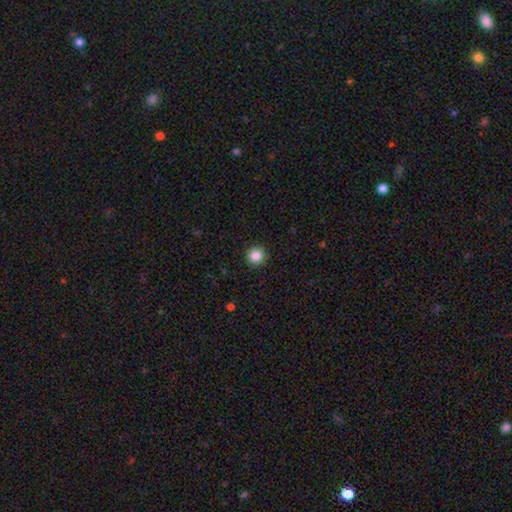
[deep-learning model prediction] Morphology: type=smooth (85%); roundness=round (96%); merging=none (93%).